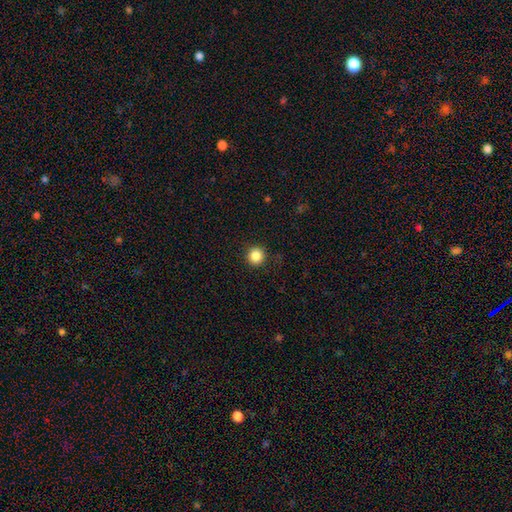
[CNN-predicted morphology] type=smooth (86%); roundness=round (95%); merging=none (91%).